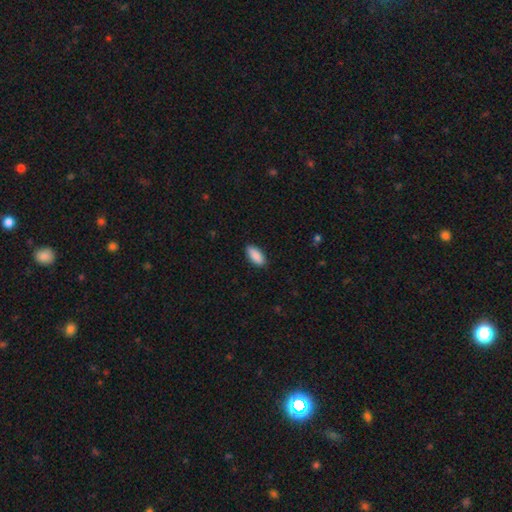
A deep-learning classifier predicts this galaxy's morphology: Smooth or featured? Predicted: smooth (p=0.90). How rounded? Predicted: in between (p=0.87). Merging? Predicted: none (p=0.88).